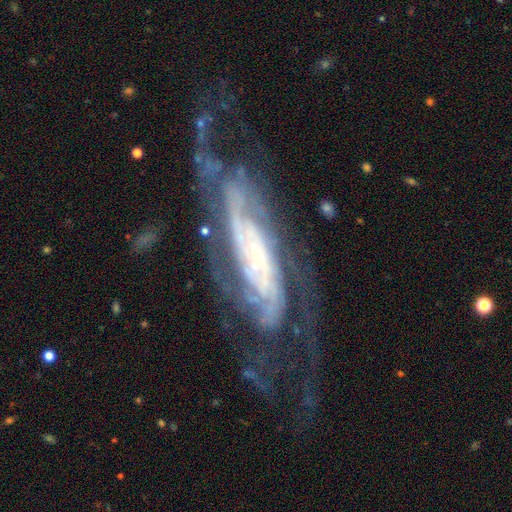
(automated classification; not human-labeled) The model was most divided on "spiral arm count": 2: 35%, can't tell: 25%, 3: 15%, 4: 12%, more than 4: 7%, 1: 6%. More confident: spiral arms — yes (97%); smooth or featured — featured or disk (89%); edge-on disk — no (88%); bulge size — small (76%); merging — none (63%); spiral winding — tight (59%); bar — no (56%).